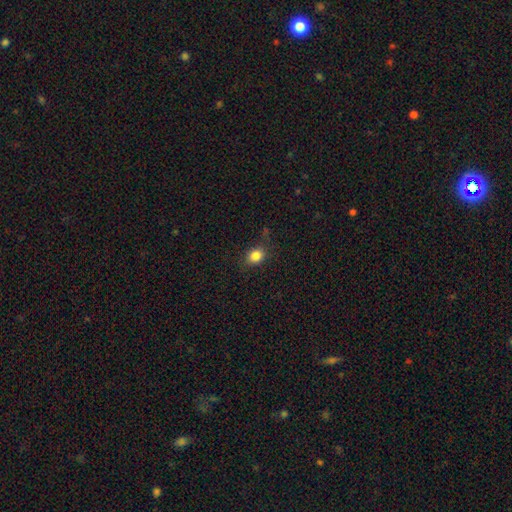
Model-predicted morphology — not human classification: Smooth or featured?
  - smooth: 84% *
  - star or artifact: 11%
  - featured or disk: 5%
How rounded?
  - round: 51% *
  - in between: 48%
  - cigar-shaped: 1%
Merging?
  - none: 79% *
  - minor disturbance: 14%
  - major disturbance: 5%
  - merger: 2%